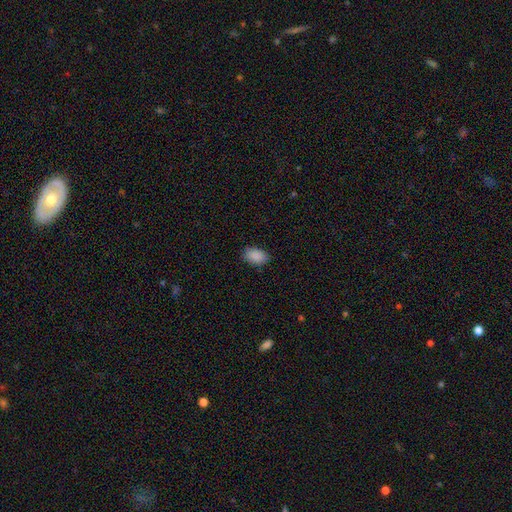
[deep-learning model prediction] Smooth or featured?
  - smooth: 89% *
  - star or artifact: 8%
  - featured or disk: 3%
How rounded?
  - in between: 89% *
  - round: 10%
  - cigar-shaped: 1%
Merging?
  - none: 85% *
  - minor disturbance: 12%
  - major disturbance: 3%
  - merger: 1%